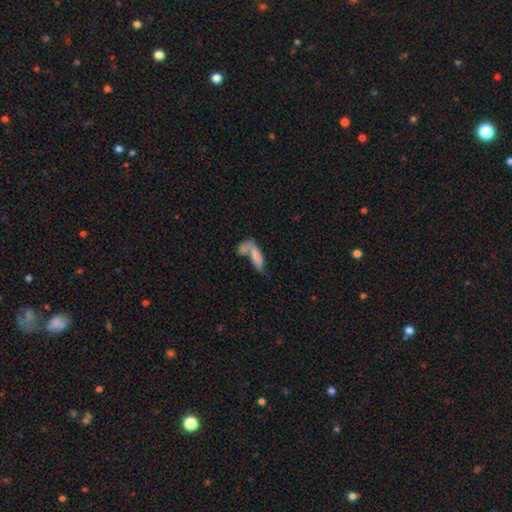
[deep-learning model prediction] A smooth galaxy with no disk features (75%) that is in between round and cigar-shaped (65%).

Vote fractions:
- Smooth or featured? smooth: 75% / featured or disk: 16% / star or artifact: 9%
- How rounded? in between: 65% / cigar-shaped: 32% / round: 3%
- Merging? merger: 58% / none: 23% / minor disturbance: 10% / major disturbance: 9%